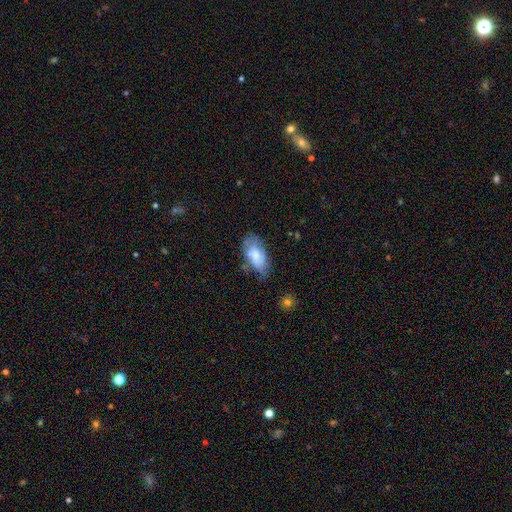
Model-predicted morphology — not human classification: Smooth or featured? Predicted: smooth (p=0.62). How rounded? Predicted: in between (p=0.92). Merging? Predicted: none (p=0.56).